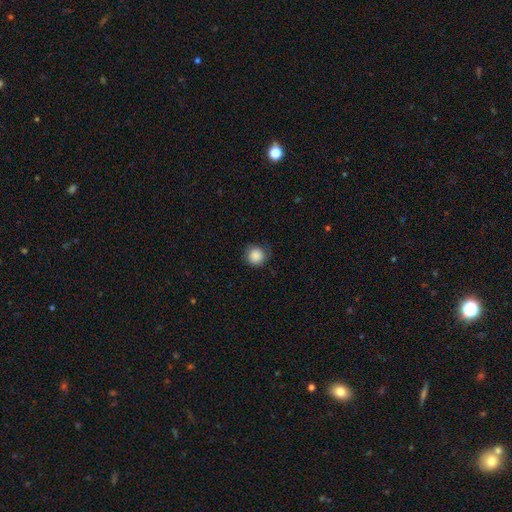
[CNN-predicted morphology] type=smooth (87%); roundness=round (93%); merging=none (80%).